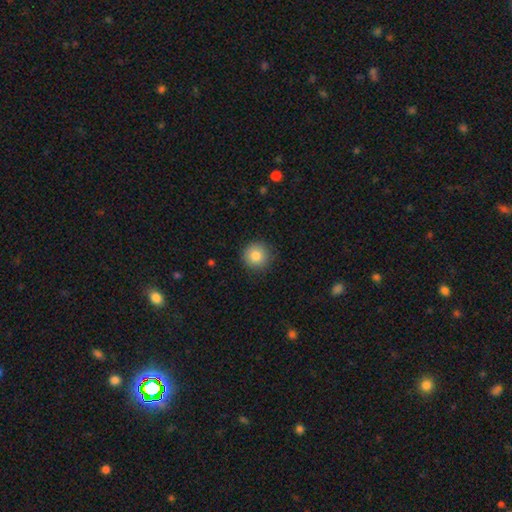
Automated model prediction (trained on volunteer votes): A smooth galaxy with no disk features (84%) that is round (95%).

Vote fractions:
- Smooth or featured? smooth: 84% / star or artifact: 9% / featured or disk: 6%
- How rounded? round: 95% / in between: 4% / cigar-shaped: 1%
- Merging? none: 89% / minor disturbance: 8% / major disturbance: 2% / merger: 1%